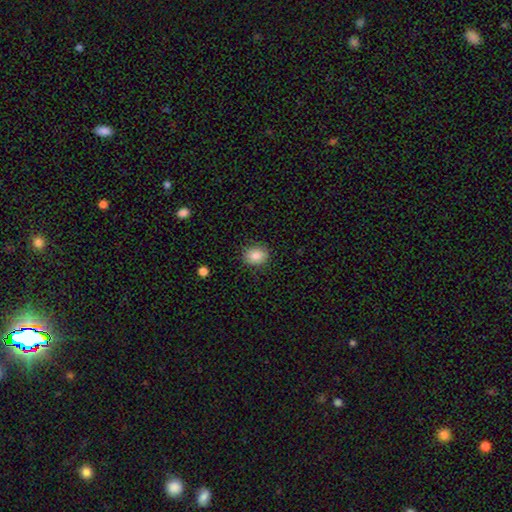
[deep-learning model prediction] This is clearly a smooth galaxy (85%). How rounded: likely round (65%). Merging: clearly none (86%).